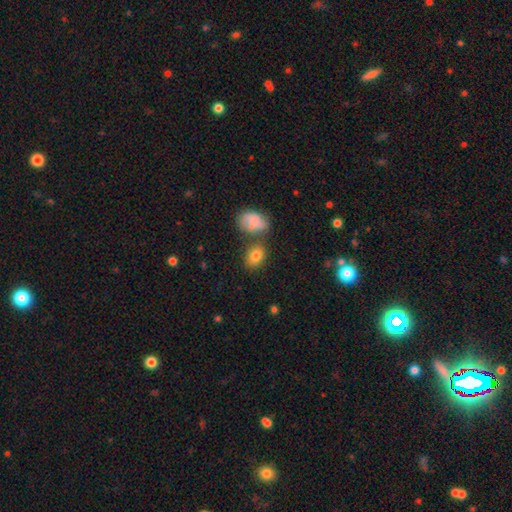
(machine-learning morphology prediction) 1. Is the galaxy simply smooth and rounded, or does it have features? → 81% smooth, 10% featured or disk, 9% star or artifact.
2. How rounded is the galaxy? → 75% in between, 23% round, 1% cigar-shaped.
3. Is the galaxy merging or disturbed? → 66% none, 17% merger, 13% minor disturbance, 4% major disturbance.